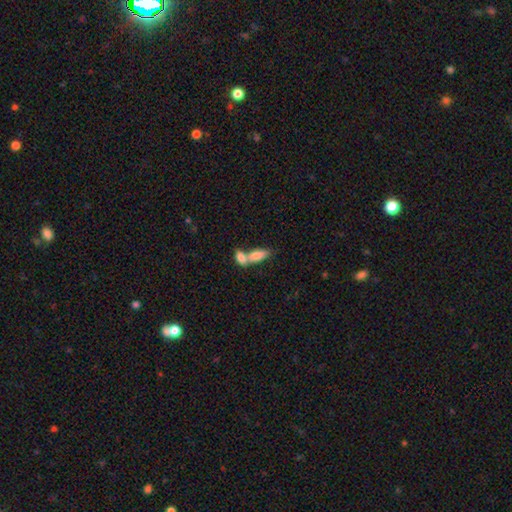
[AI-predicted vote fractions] smooth_or_featured: smooth (p=0.79) [alt: featured or disk p=0.14]
how_rounded: in between (p=0.80) [alt: cigar-shaped p=0.15]
merging: merger (p=0.69) [alt: none p=0.22]